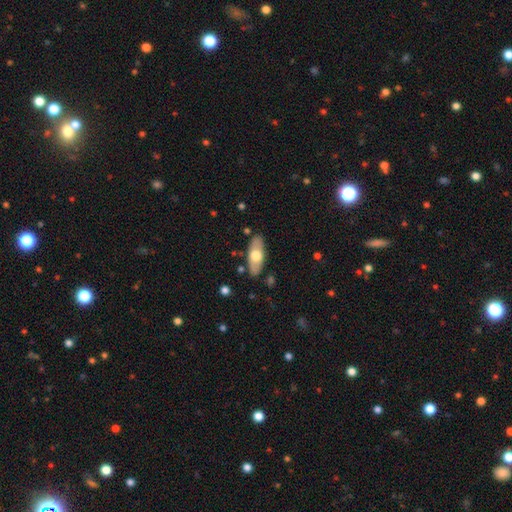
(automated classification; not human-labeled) smooth 58%, featured or disk 37%, star or artifact 5%. Down the decision tree: how rounded — in between (80%); merging — none (85%).